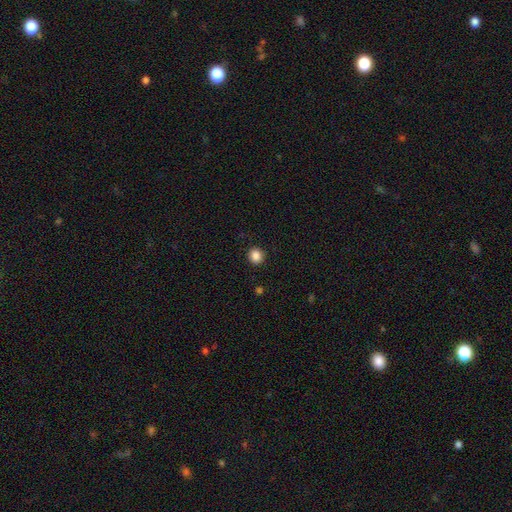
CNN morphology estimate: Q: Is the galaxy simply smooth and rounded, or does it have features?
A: smooth — 86%.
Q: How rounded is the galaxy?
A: round — 90%.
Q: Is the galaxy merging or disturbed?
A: none — 92%.